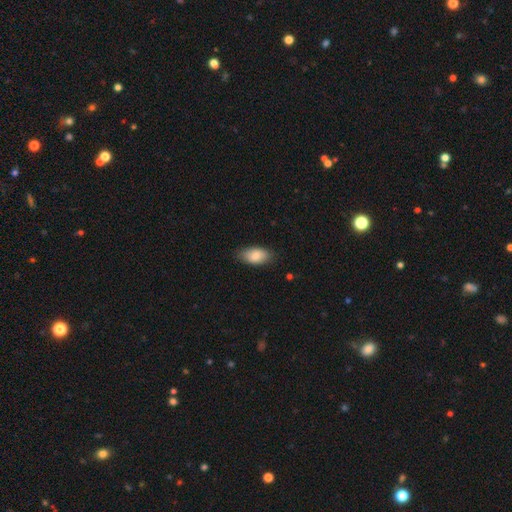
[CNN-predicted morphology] Smooth or featured: smooth — 84% (featured or disk — 9%)
How rounded: in between — 92% (round — 4%)
Merging: none — 79% (minor disturbance — 17%)